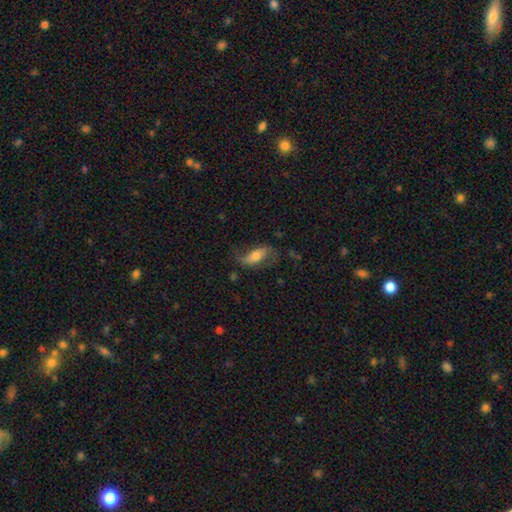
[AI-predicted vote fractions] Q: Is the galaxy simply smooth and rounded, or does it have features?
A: featured or disk — 65%.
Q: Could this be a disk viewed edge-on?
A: no — 89%.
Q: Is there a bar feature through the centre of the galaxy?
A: no — 36%.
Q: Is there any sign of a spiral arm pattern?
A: yes — 87%.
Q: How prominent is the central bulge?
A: moderate — 55%.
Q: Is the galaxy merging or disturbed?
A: none — 64%.